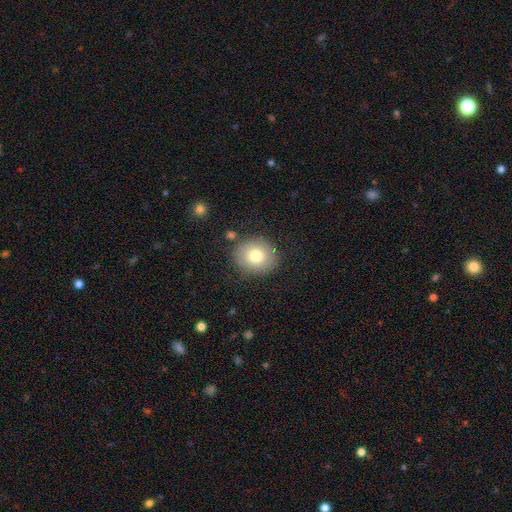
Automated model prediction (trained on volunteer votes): smooth_or_featured: smooth (p=0.75) [alt: featured or disk p=0.15]
how_rounded: round (p=0.74) [alt: in between p=0.25]
merging: none (p=0.82) [alt: minor disturbance p=0.11]